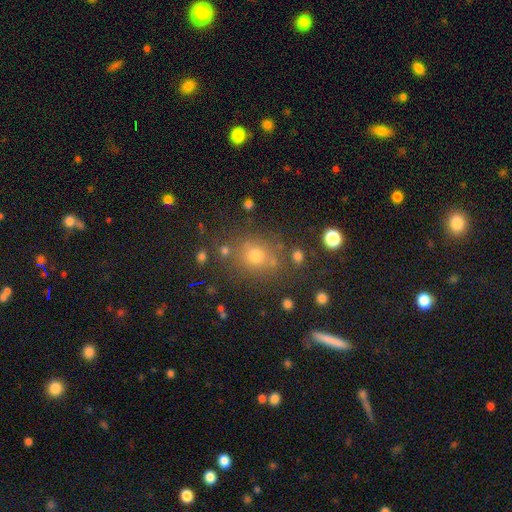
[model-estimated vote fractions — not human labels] Smooth or featured?
  - smooth: 69% *
  - star or artifact: 22%
  - featured or disk: 10%
How rounded?
  - round: 81% *
  - in between: 18%
  - cigar-shaped: 1%
Merging?
  - none: 77% *
  - minor disturbance: 11%
  - merger: 7%
  - major disturbance: 5%